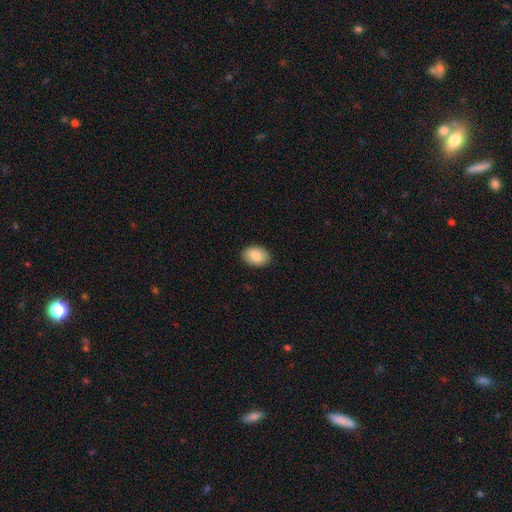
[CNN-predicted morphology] Smooth or featured? Predicted: smooth (p=0.86). How rounded? Predicted: in between (p=0.84). Merging? Predicted: none (p=0.89).